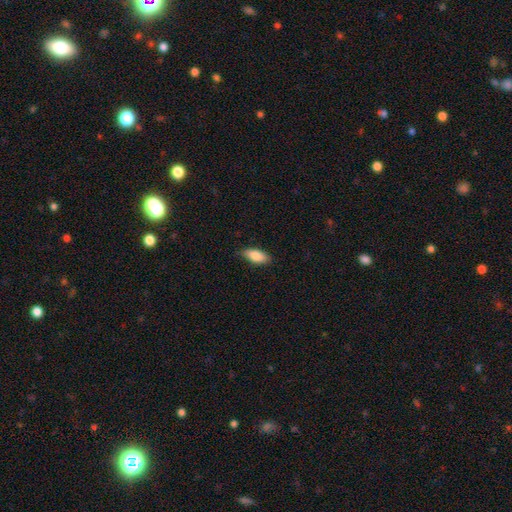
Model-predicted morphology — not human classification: This is clearly a smooth galaxy (85%). How rounded: clearly in between (86%). Merging: likely none (79%).